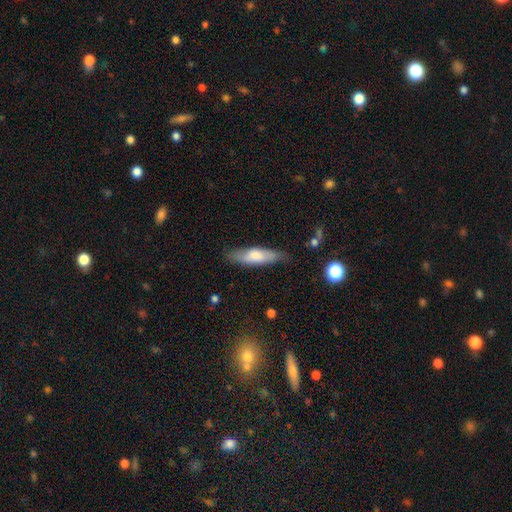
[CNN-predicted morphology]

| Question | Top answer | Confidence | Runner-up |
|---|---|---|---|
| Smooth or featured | smooth | 66% | featured or disk (29%) |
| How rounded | cigar-shaped | 62% | in between (37%) |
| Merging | none | 77% | minor disturbance (17%) |